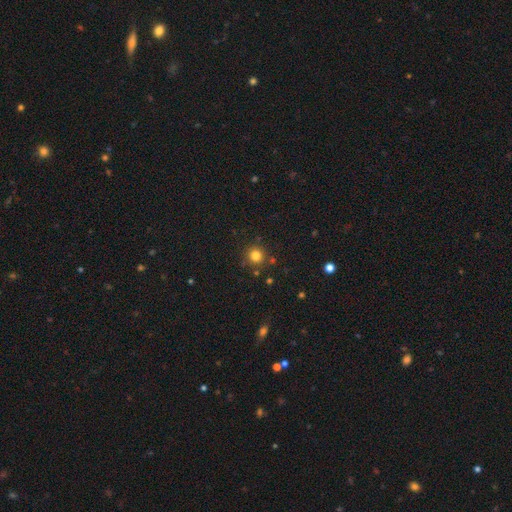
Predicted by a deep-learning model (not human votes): smooth-or-featured: smooth: 80% | star or artifact: 15% | featured or disk: 6%
  how-rounded: round: 93% | in between: 6% | cigar-shaped: 1%
  merging: none: 86% | minor disturbance: 7% | merger: 5% | major disturbance: 3%